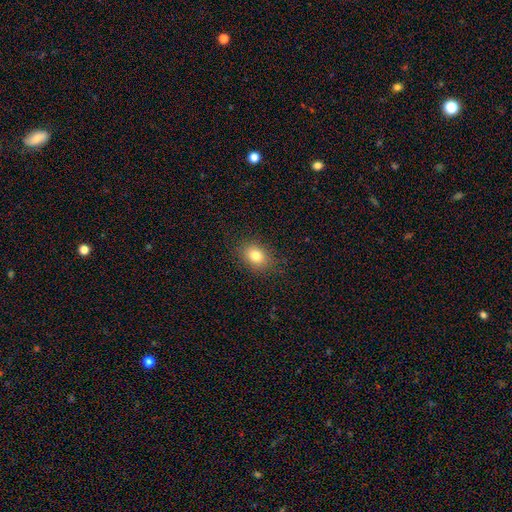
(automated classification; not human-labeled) A smooth galaxy with no disk features (80%) that is in between round and cigar-shaped (67%).

Vote fractions:
- Smooth or featured? smooth: 80% / star or artifact: 11% / featured or disk: 9%
- How rounded? in between: 67% / round: 32% / cigar-shaped: 1%
- Merging? none: 86% / minor disturbance: 10% / major disturbance: 3% / merger: 1%